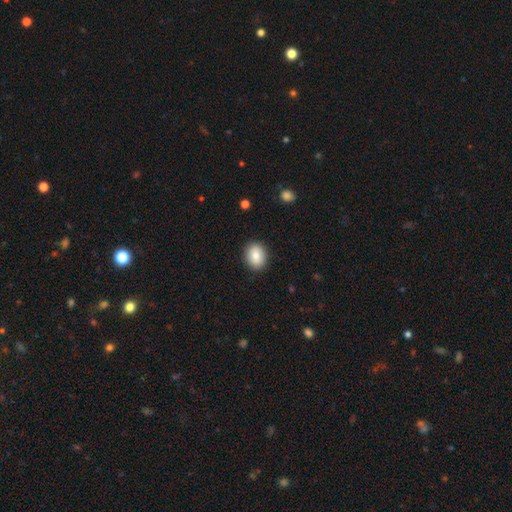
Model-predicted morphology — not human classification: smooth 83%, featured or disk 9%, star or artifact 8%. Down the decision tree: how rounded — round (51%); merging — none (89%).